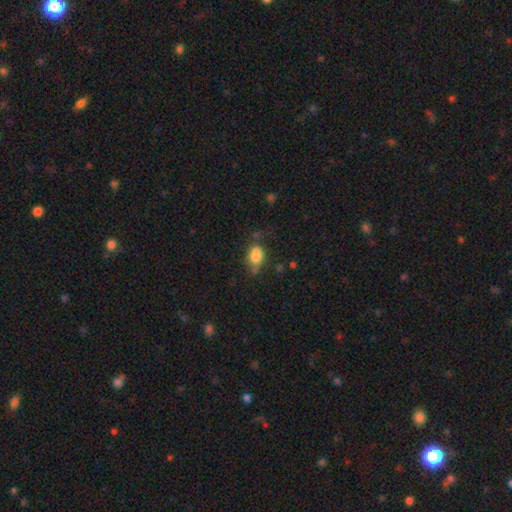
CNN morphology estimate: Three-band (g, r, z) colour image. It shows a smooth galaxy with no disk features (79%) that is in between round and cigar-shaped (74%). Merging: none (49%).